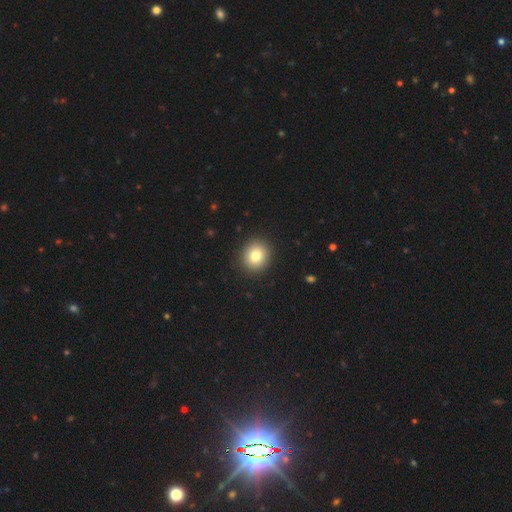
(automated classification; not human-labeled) Smooth or featured?
  - smooth: 81% *
  - star or artifact: 10%
  - featured or disk: 9%
How rounded?
  - round: 82% *
  - in between: 17%
  - cigar-shaped: 1%
Merging?
  - none: 92% *
  - minor disturbance: 5%
  - major disturbance: 2%
  - merger: 1%